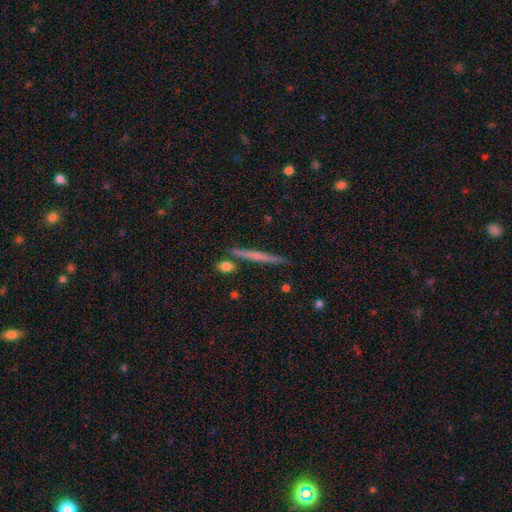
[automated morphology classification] A smooth galaxy with no disk features (47%).

Vote fractions:
- Smooth or featured? smooth: 47% / featured or disk: 46% / star or artifact: 7%
- Merging? none: 88% / minor disturbance: 7% / merger: 4% / major disturbance: 2%